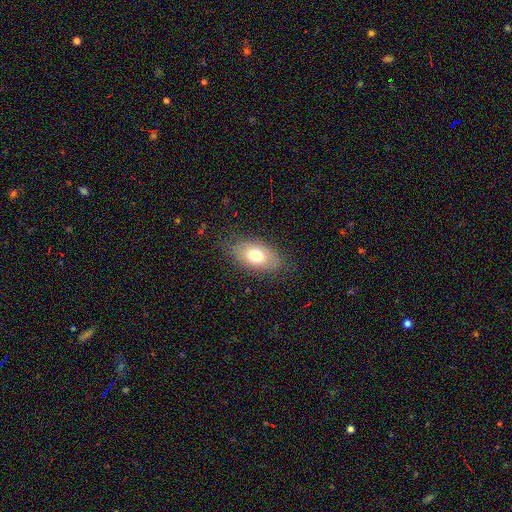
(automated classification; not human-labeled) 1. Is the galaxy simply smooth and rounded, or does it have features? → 72% smooth, 20% featured or disk, 8% star or artifact.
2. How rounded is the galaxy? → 91% in between, 7% round, 3% cigar-shaped.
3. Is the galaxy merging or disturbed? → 78% none, 16% minor disturbance, 5% major disturbance, 1% merger.